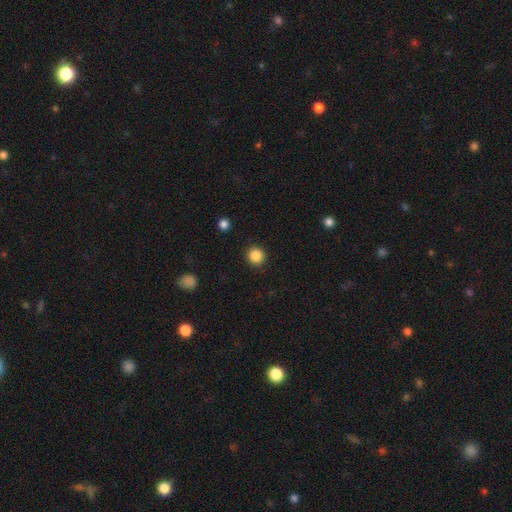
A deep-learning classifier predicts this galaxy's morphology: Smooth or featured? smooth (86%)
How rounded? round (93%)
Merging? none (91%)